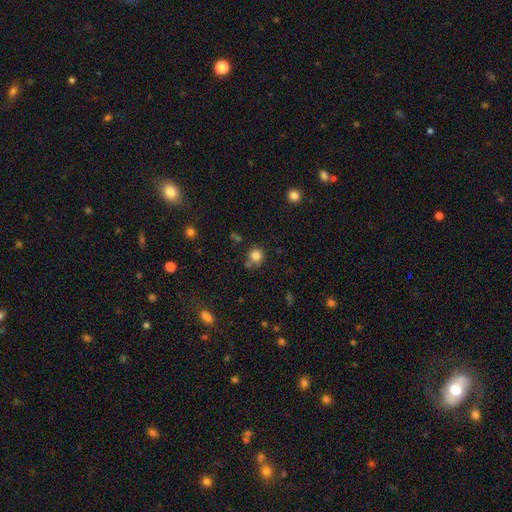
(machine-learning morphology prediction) Smooth or featured?
  - smooth: 82% *
  - star or artifact: 12%
  - featured or disk: 6%
How rounded?
  - round: 88% *
  - in between: 11%
  - cigar-shaped: 1%
Merging?
  - none: 65% *
  - minor disturbance: 18%
  - merger: 12%
  - major disturbance: 5%